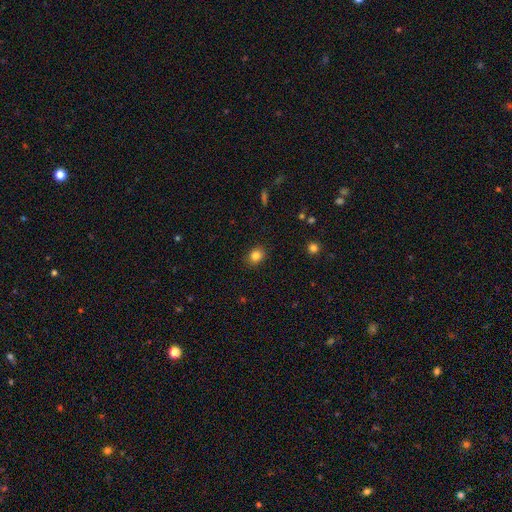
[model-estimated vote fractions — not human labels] Smooth or featured? smooth (83%)
How rounded? round (59%)
Merging? none (89%)